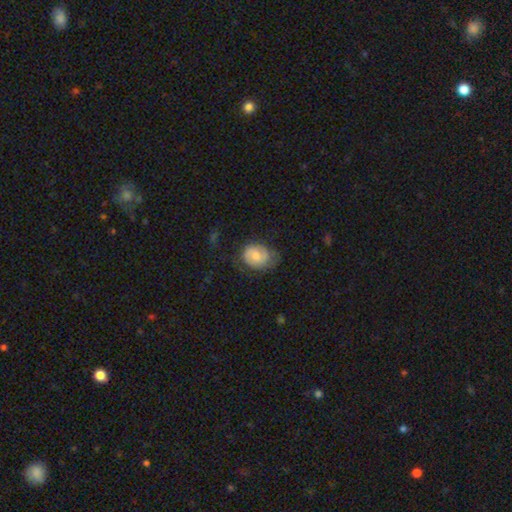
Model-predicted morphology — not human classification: This appears to be a smooth galaxy with no disk features (50%) that is in between round and cigar-shaped (51%). Merging: none (58%).